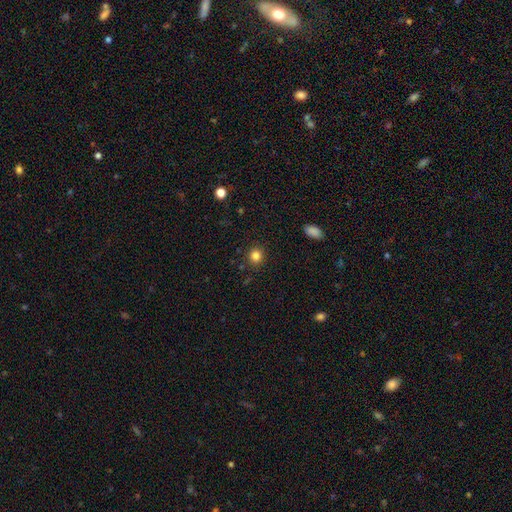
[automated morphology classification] Smooth or featured? smooth (83%)
How rounded? round (88%)
Merging? none (90%)